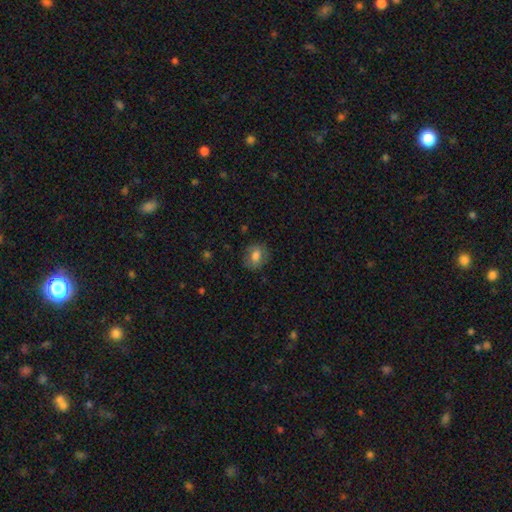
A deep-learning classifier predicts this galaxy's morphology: smooth 77%, featured or disk 14%, star or artifact 9%. Down the decision tree: how rounded — round (56%); merging — none (79%).